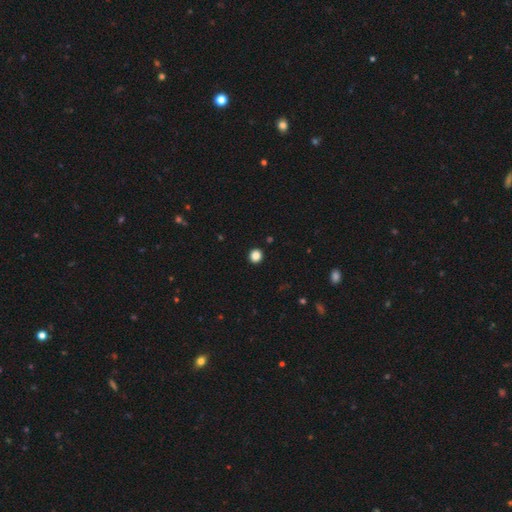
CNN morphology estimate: A smooth galaxy with no disk features (85%) that is round (91%).

Vote fractions:
- Smooth or featured? smooth: 85% / star or artifact: 11% / featured or disk: 3%
- How rounded? round: 91% / in between: 8% / cigar-shaped: 1%
- Merging? none: 93% / minor disturbance: 4% / major disturbance: 1% / merger: 1%